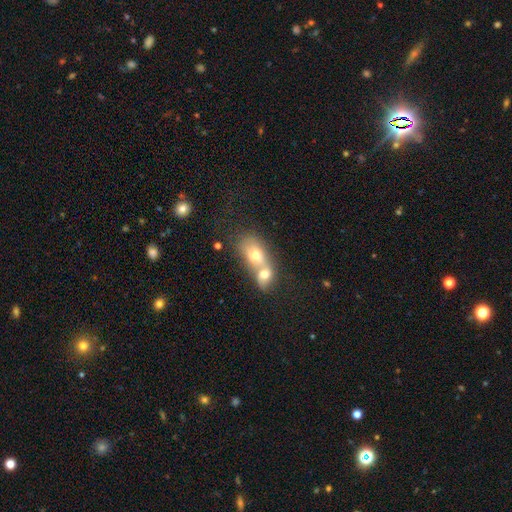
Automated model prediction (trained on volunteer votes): This appears to be a smooth galaxy with no disk features (65%) that is in between round and cigar-shaped (64%). Merging: merger (78%).